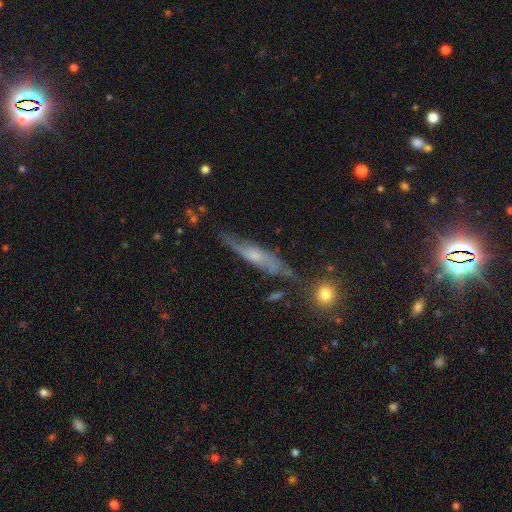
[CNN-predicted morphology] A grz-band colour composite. It shows a featured or disk galaxy (64%) viewed edge-on (57%). Merging: none (57%).